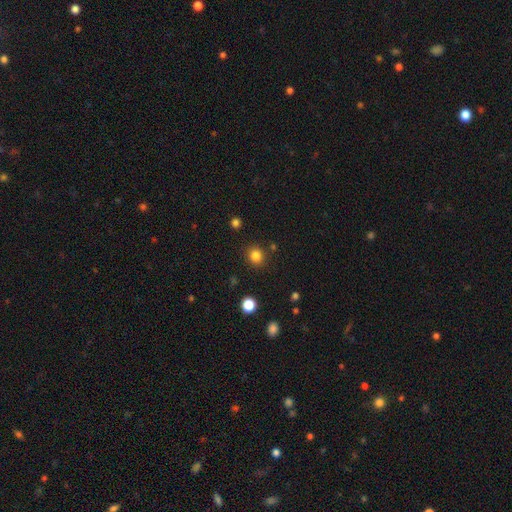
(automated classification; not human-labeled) A smooth galaxy with no disk features (83%) that is round (86%).

Vote fractions:
- Smooth or featured? smooth: 83% / star or artifact: 13% / featured or disk: 4%
- How rounded? round: 86% / in between: 14% / cigar-shaped: 1%
- Merging? none: 88% / minor disturbance: 7% / major disturbance: 3% / merger: 2%